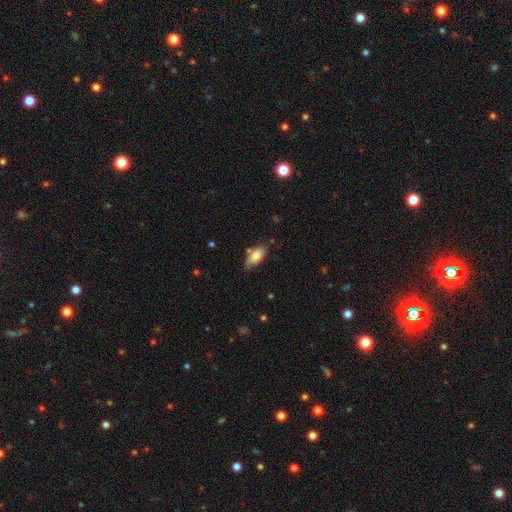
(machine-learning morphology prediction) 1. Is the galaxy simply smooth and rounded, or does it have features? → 82% smooth, 11% featured or disk, 7% star or artifact.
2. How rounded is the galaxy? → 89% in between, 8% cigar-shaped, 3% round.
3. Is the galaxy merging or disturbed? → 65% none, 26% minor disturbance, 5% major disturbance, 5% merger.